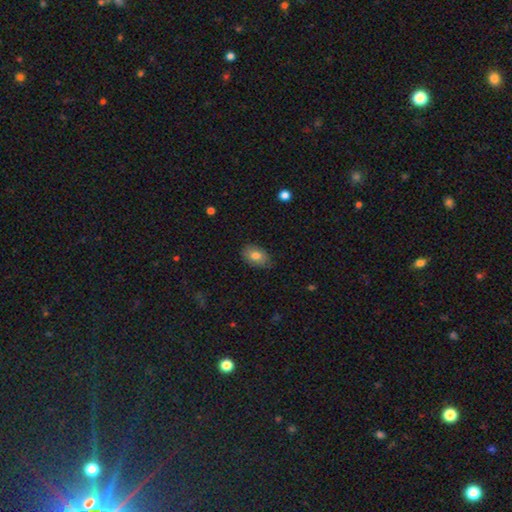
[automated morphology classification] Q: Smooth or featured?
A: smooth (79%); runner-up: featured or disk (13%)
Q: How rounded?
A: in between (85%); runner-up: round (13%)
Q: Merging?
A: none (78%); runner-up: minor disturbance (18%)